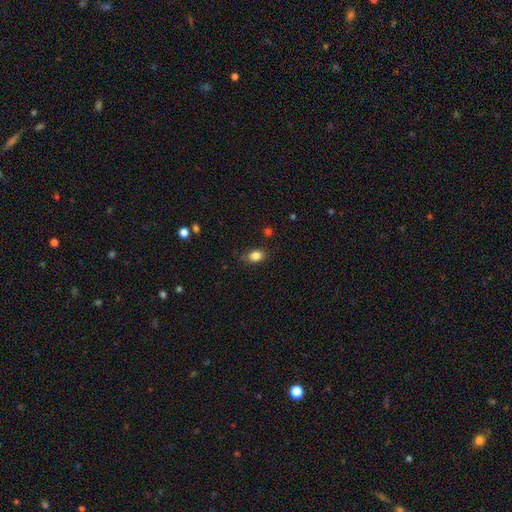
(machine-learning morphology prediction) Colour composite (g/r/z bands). It shows a smooth galaxy with no disk features (84%) that is in between round and cigar-shaped (71%). Merging: none (80%).